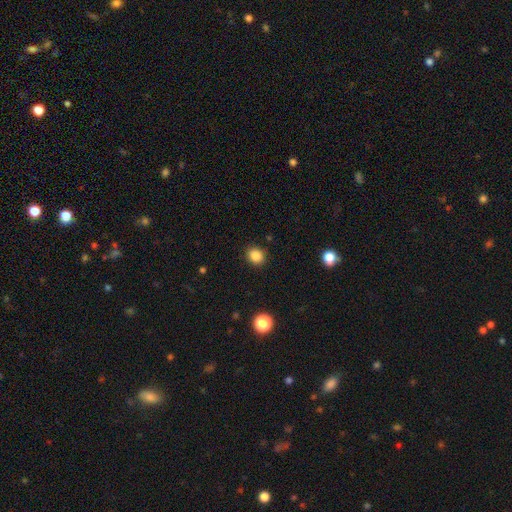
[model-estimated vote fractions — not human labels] Overall: smooth (85%). How rounded: round (75%). Merging: none (90%).